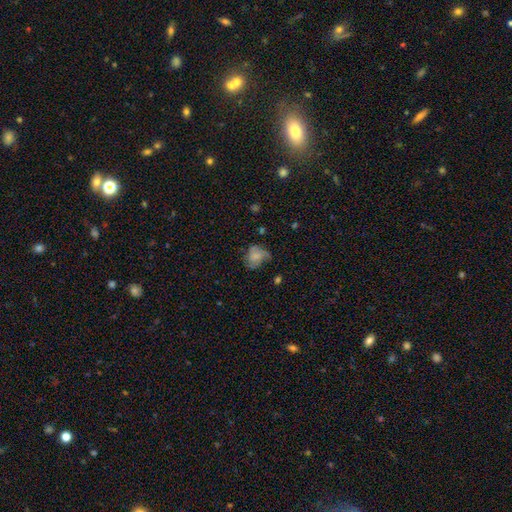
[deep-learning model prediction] smooth 55%, featured or disk 35%, star or artifact 10%. Down the decision tree: how rounded — in between (50%); merging — none (43%).